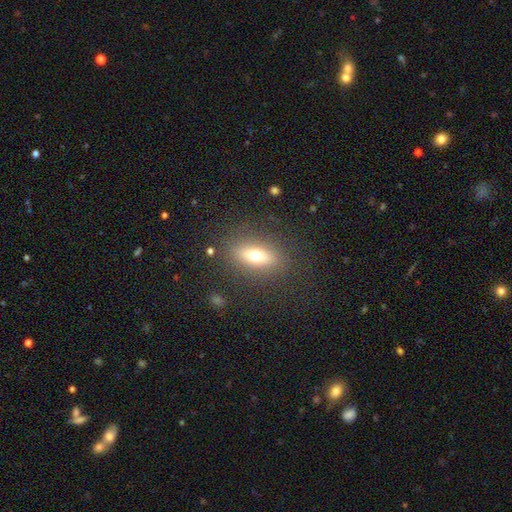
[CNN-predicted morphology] Overall: smooth (63%; featured or disk 26%). How rounded: in between (69%). Merging: none (84%).